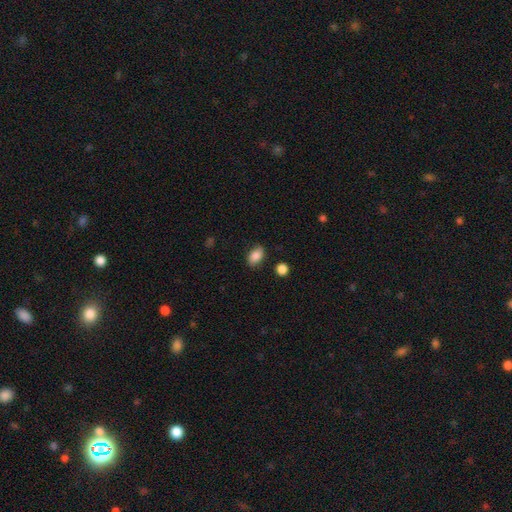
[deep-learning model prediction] smooth-or-featured: smooth: 87% | star or artifact: 8% | featured or disk: 5%
  how-rounded: in between: 87% | round: 11% | cigar-shaped: 2%
  merging: none: 84% | minor disturbance: 11% | major disturbance: 3% | merger: 2%